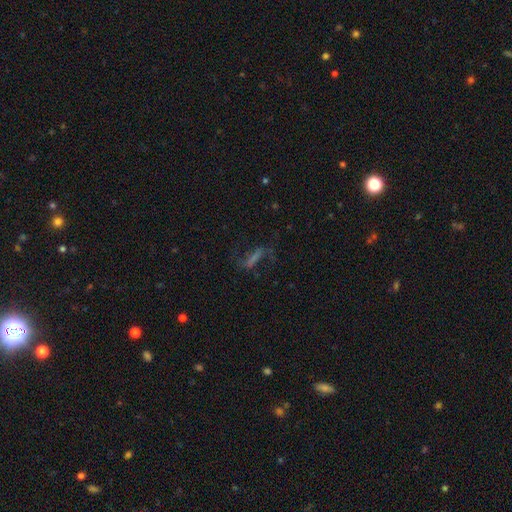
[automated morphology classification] smooth-or-featured: featured or disk: 45% | smooth: 33% | star or artifact: 22%
  merging: none: 58% | major disturbance: 21% | minor disturbance: 18% | merger: 3%